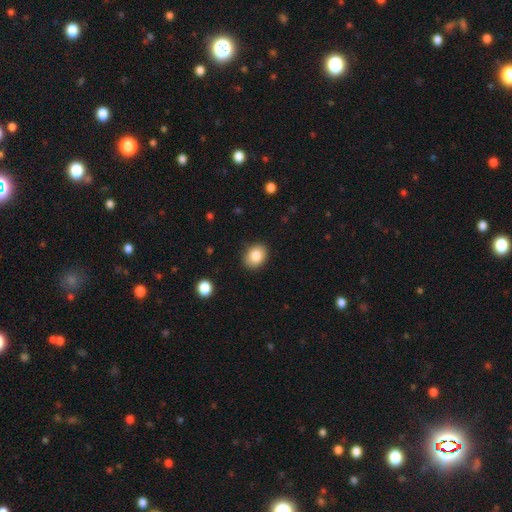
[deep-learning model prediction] The model was most divided on "how rounded": in between: 55%, round: 44%, cigar-shaped: 1%. More confident: merging — none (88%); smooth or featured — smooth (84%).